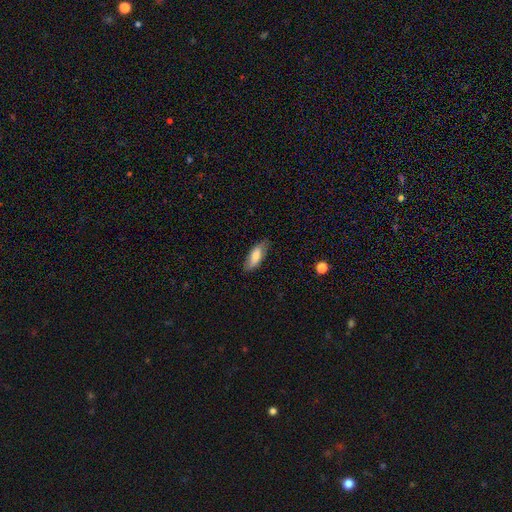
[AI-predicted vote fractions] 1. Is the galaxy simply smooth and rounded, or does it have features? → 75% smooth, 19% featured or disk, 6% star or artifact.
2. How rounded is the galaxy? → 73% in between, 25% cigar-shaped, 2% round.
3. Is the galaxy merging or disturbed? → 80% none, 16% minor disturbance, 3% major disturbance, 1% merger.